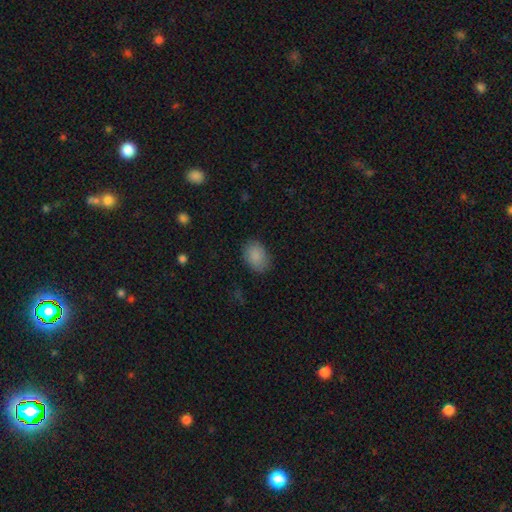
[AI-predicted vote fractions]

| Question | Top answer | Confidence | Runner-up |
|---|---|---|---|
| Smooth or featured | smooth | 87% | star or artifact (8%) |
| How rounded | in between | 78% | round (21%) |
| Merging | none | 82% | minor disturbance (14%) |